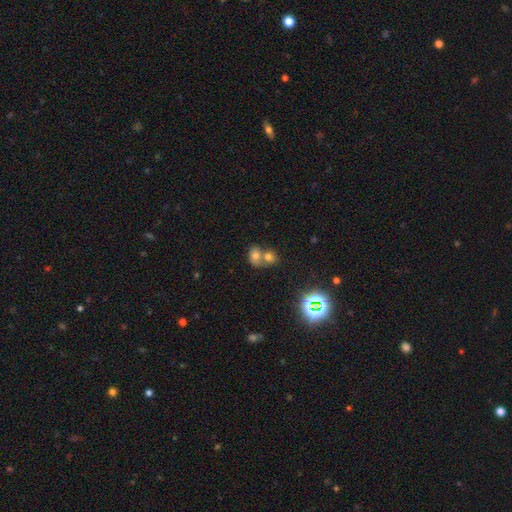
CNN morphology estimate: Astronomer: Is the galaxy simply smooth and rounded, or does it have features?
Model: star or artifact — 43% (runner-up: smooth, 41%).